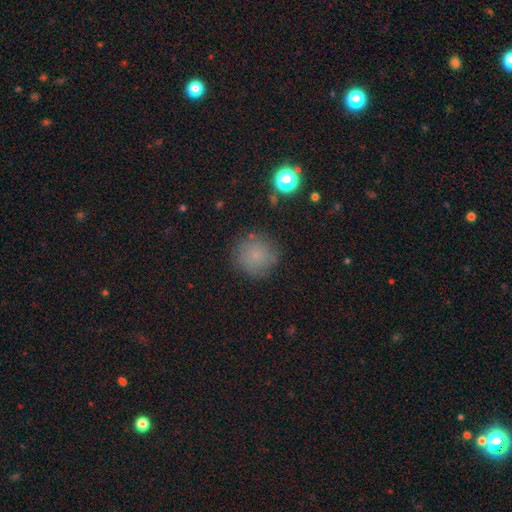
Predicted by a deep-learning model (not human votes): This is likely a smooth galaxy (75%). How rounded: clearly round (94%). Merging: clearly none (83%).